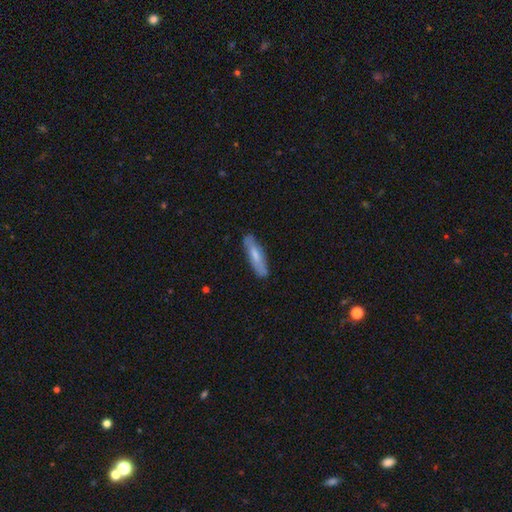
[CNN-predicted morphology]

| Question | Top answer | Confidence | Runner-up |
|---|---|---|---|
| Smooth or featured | smooth | 63% | featured or disk (31%) |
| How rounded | cigar-shaped | 68% | in between (31%) |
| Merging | none | 83% | minor disturbance (14%) |